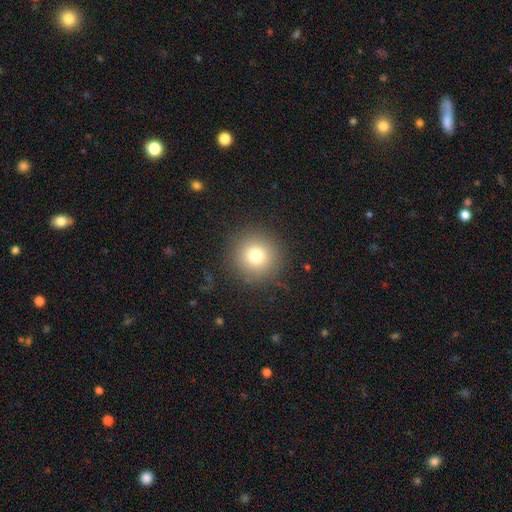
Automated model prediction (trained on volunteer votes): Smooth or featured?
  - smooth: 77% *
  - star or artifact: 13%
  - featured or disk: 10%
How rounded?
  - round: 95% *
  - in between: 4%
  - cigar-shaped: 1%
Merging?
  - none: 89% *
  - minor disturbance: 7%
  - major disturbance: 3%
  - merger: 1%